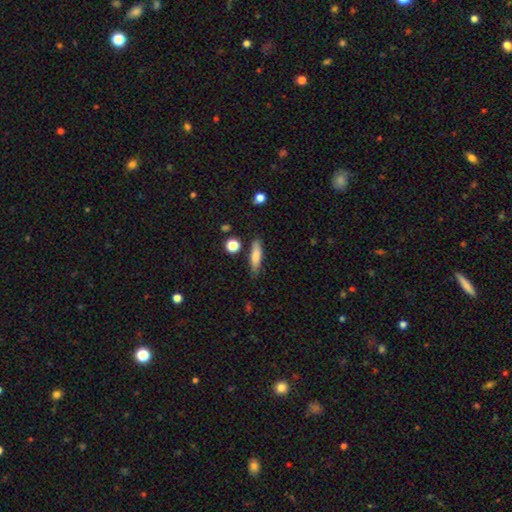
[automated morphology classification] A smooth galaxy with no disk features (78%) that is cigar-shaped (71%). Merging: none (81%).